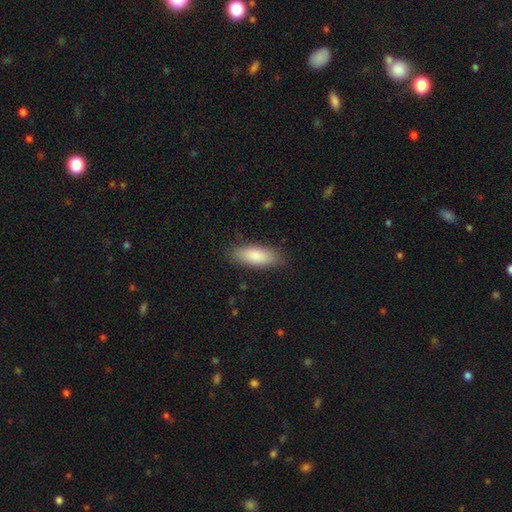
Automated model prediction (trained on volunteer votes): smooth 86%, featured or disk 9%, star or artifact 6%. Down the decision tree: how rounded — in between (75%); merging — none (85%).